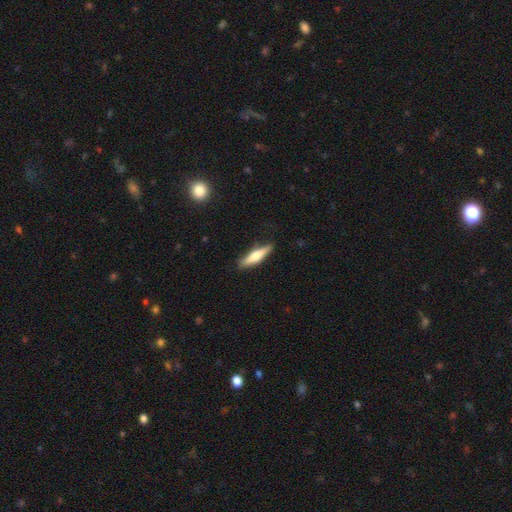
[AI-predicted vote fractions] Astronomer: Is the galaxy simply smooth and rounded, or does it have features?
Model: smooth — 58% (runner-up: featured or disk, 37%).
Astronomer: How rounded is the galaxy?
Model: cigar-shaped — 76%.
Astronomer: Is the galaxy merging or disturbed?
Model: none — 84%.